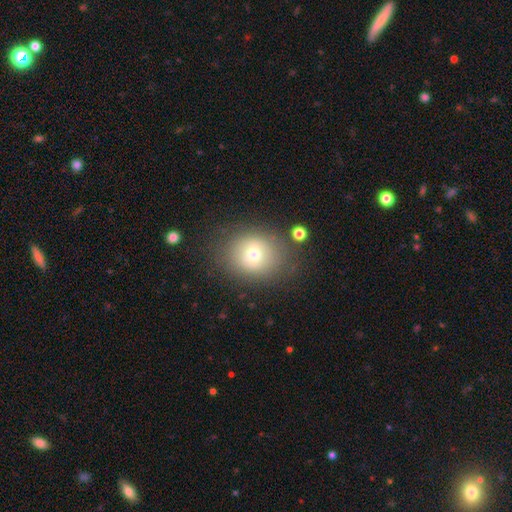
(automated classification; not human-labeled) A smooth galaxy with no disk features (69%) that is round (64%). Merging: none (85%).